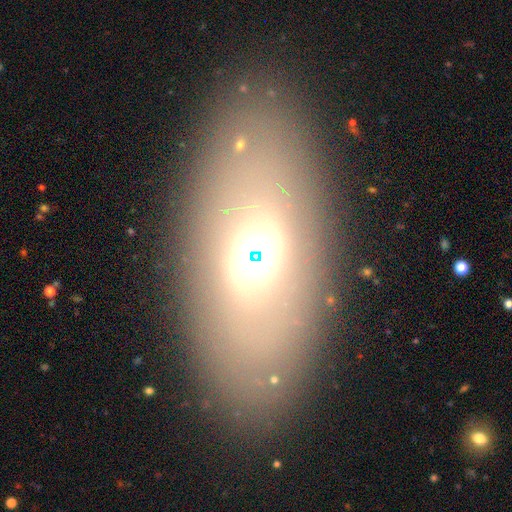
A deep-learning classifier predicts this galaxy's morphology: type=featured or disk (44%); merging=none (81%).